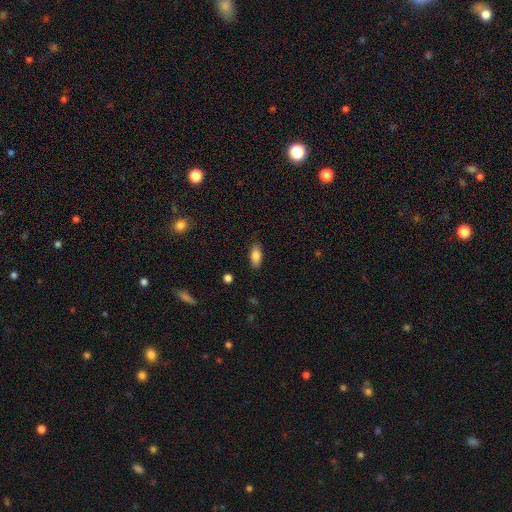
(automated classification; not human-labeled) This appears to be a smooth galaxy with no disk features (83%) that is in between round and cigar-shaped (83%). Merging: none (85%).